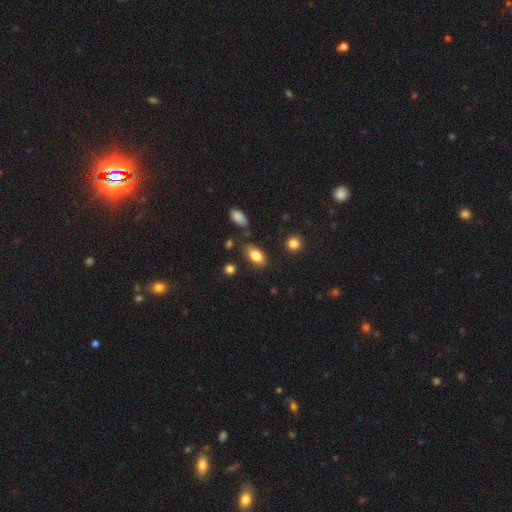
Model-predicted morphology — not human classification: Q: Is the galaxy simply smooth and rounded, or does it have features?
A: smooth — 83%.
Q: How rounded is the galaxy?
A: in between — 89%.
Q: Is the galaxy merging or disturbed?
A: none — 76%.